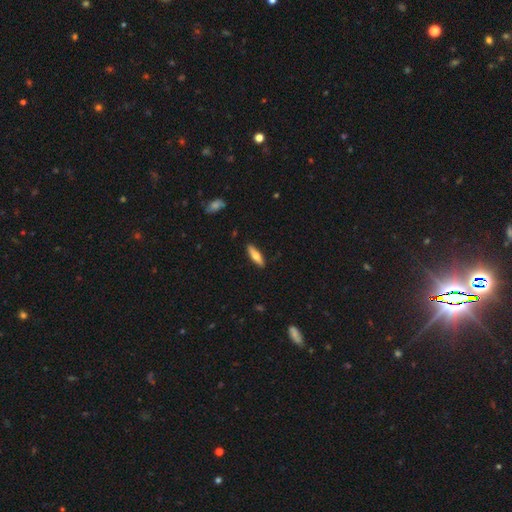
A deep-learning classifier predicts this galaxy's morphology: This appears to be a smooth galaxy with no disk features (61%) that is cigar-shaped (64%). Merging: none (90%).